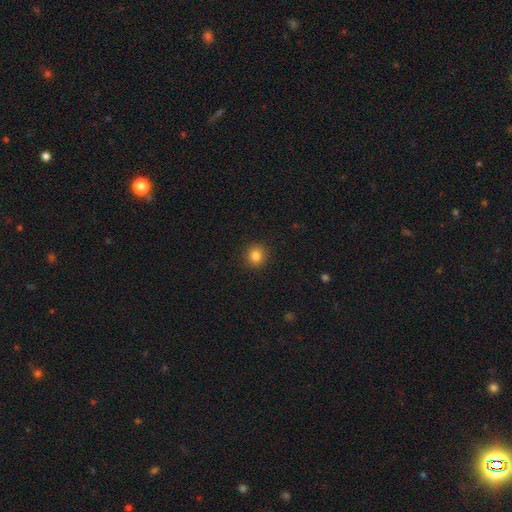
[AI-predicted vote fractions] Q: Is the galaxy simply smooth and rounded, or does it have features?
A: smooth — 83%.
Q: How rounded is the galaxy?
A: round — 88%.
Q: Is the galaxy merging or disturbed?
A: none — 92%.